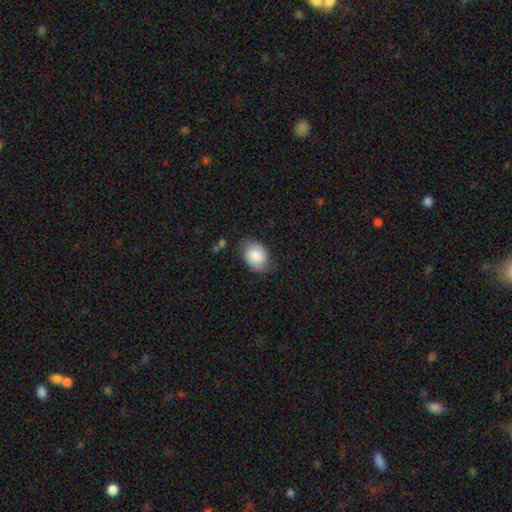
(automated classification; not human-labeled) A smooth galaxy with no disk features (69%) that is in between round and cigar-shaped (81%). Merging: none (69%).